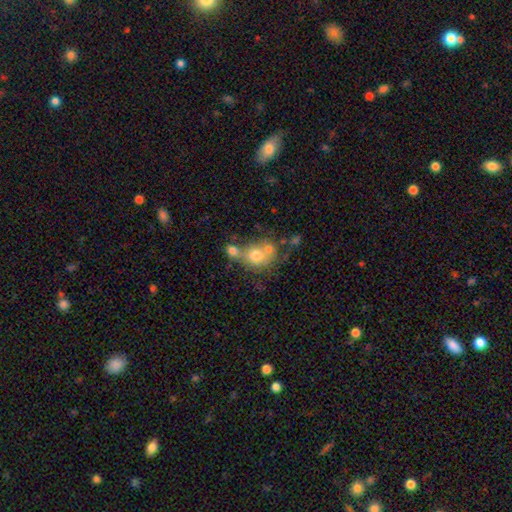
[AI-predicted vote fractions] The model was most divided on "merging": merger: 52%, none: 34%, minor disturbance: 9%, major disturbance: 6%. More confident: how rounded — round (74%); smooth or featured — smooth (69%).